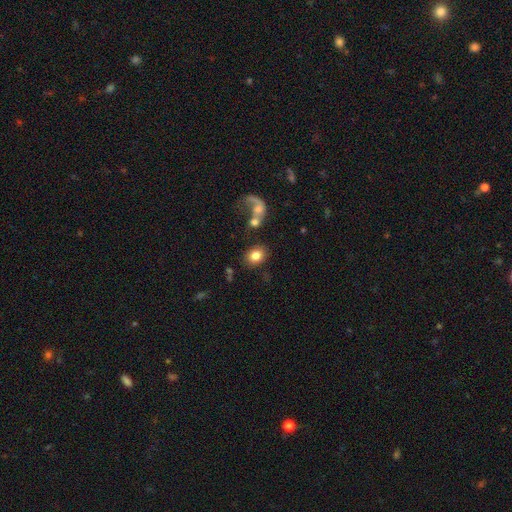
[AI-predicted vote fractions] Smooth or featured: smooth — 79% (featured or disk — 12%)
How rounded: in between — 54% (round — 44%)
Merging: none — 70% (merger — 12%)